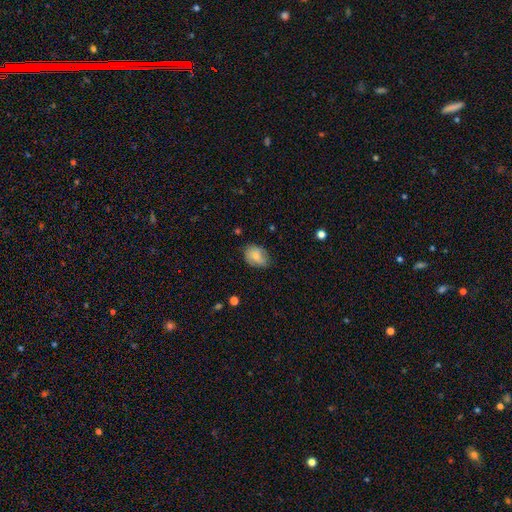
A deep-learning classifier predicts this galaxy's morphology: This is likely a smooth galaxy (70%). How rounded: likely in between (67%). Merging: likely none (64%).